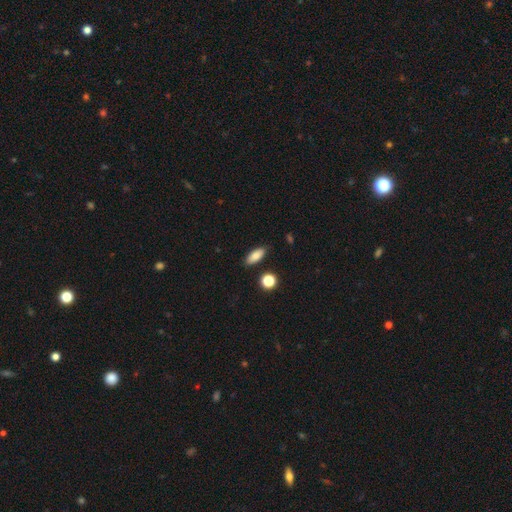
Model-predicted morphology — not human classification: A smooth galaxy with no disk features (83%) that is in between round and cigar-shaped (80%). Merging: none (85%).